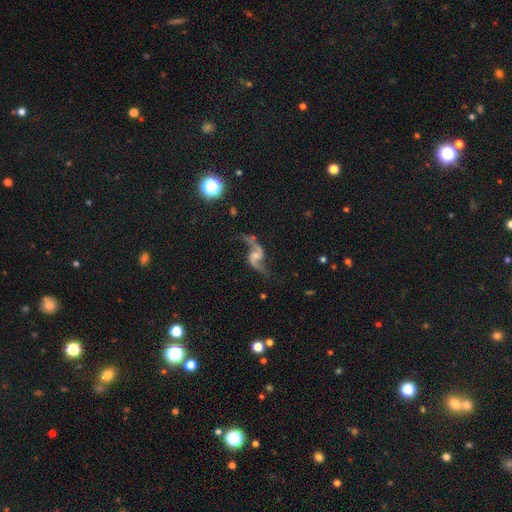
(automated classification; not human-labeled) featured or disk 90%, star or artifact 6%, smooth 5%. Down the decision tree: edge-on disk — no (97%); bar — weak (44%); spiral arms — yes (97%); spiral arm count — 2 (93%); spiral winding — loose (87%); bulge size — small (42%); merging — none (70%).